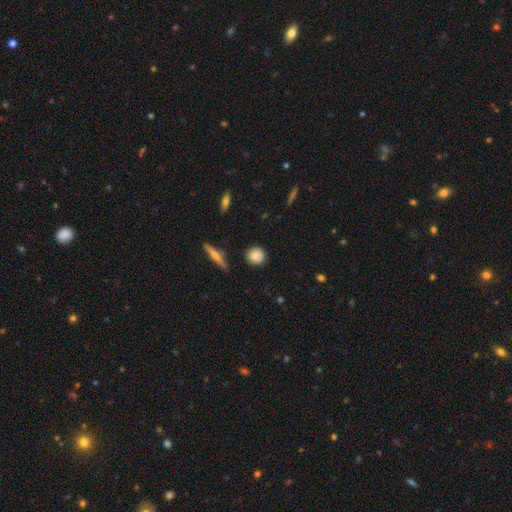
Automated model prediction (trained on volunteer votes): Smooth or featured?
  - smooth: 80% *
  - featured or disk: 12%
  - star or artifact: 8%
How rounded?
  - round: 84% *
  - in between: 14%
  - cigar-shaped: 2%
Merging?
  - none: 85% *
  - minor disturbance: 11%
  - major disturbance: 2%
  - merger: 2%